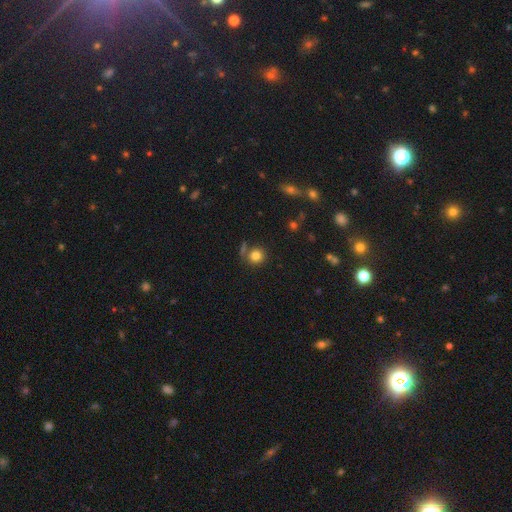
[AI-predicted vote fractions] Overall: smooth (81%). How rounded: round (89%). Merging: none (74%).